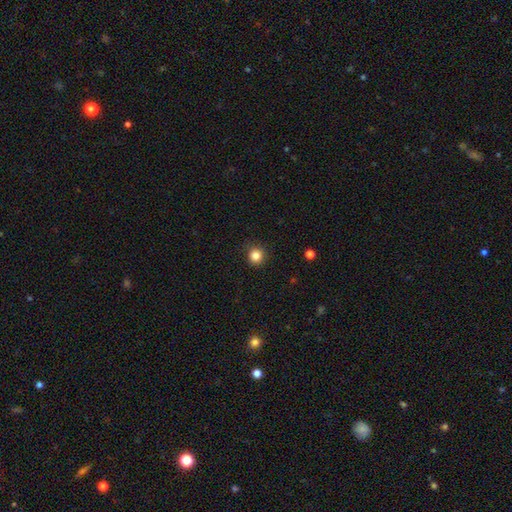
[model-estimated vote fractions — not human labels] Q: Smooth or featured?
A: smooth (84%); runner-up: star or artifact (12%)
Q: How rounded?
A: round (93%); runner-up: in between (6%)
Q: Merging?
A: none (89%); runner-up: minor disturbance (7%)